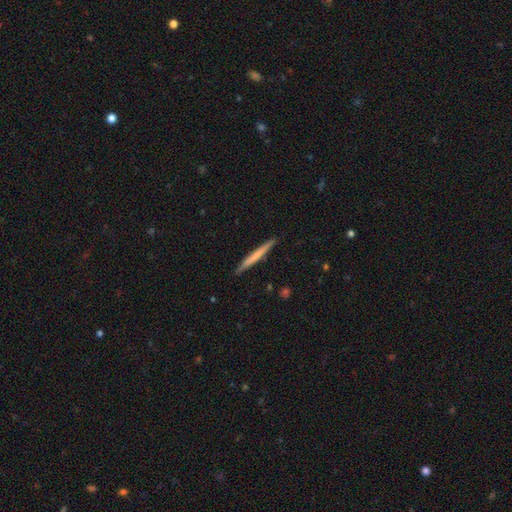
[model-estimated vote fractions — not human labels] Morphology: type=smooth (58%); roundness=cigar-shaped (97%); merging=none (91%).